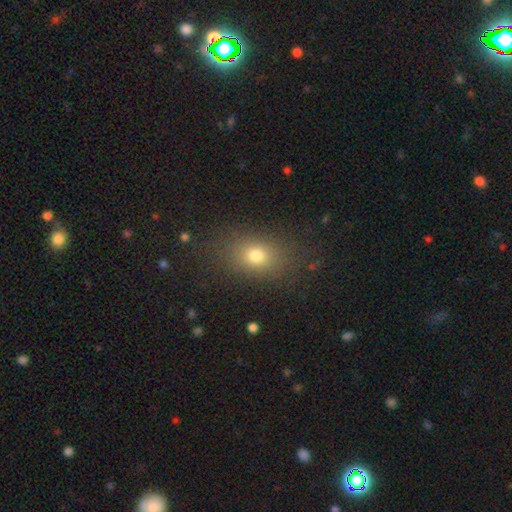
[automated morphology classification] Smooth or featured? smooth (74%)
How rounded? in between (66%)
Merging? none (83%)